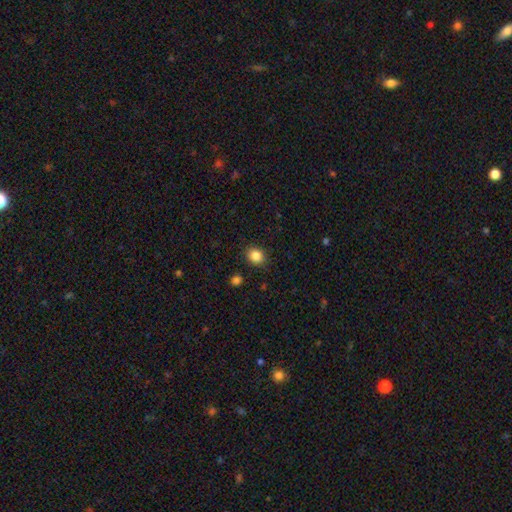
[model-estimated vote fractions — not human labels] Morphology: type=smooth (86%); roundness=round (61%); merging=none (89%).